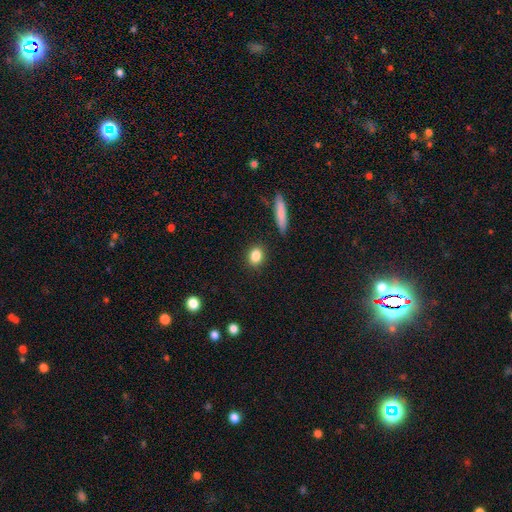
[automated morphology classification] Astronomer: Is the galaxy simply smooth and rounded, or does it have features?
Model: smooth — 84%.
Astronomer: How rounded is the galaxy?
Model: in between — 50% (runner-up: round, 46%).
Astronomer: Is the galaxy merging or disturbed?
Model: none — 88%.